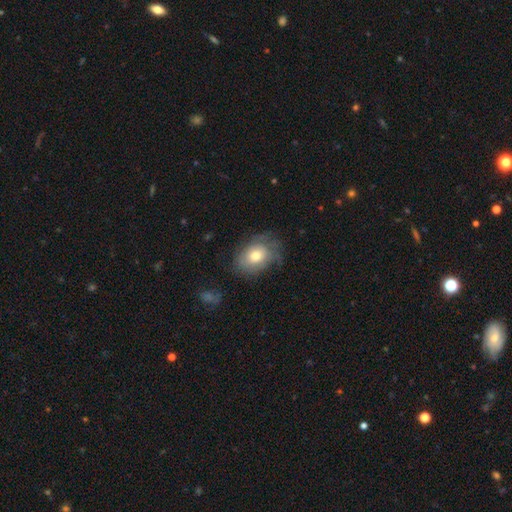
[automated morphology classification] Overall: smooth (54%; featured or disk 38%). How rounded: in between (67%; round 32%). Merging: none (58%; minor disturbance 27%).